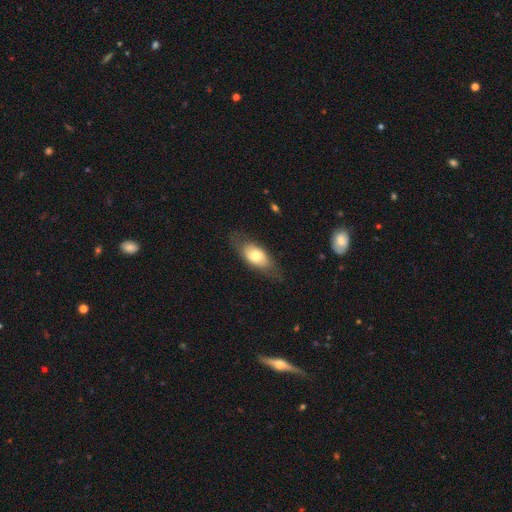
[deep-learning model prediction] This is likely a smooth galaxy (63%). How rounded: clearly in between (85%). Merging: likely none (72%).